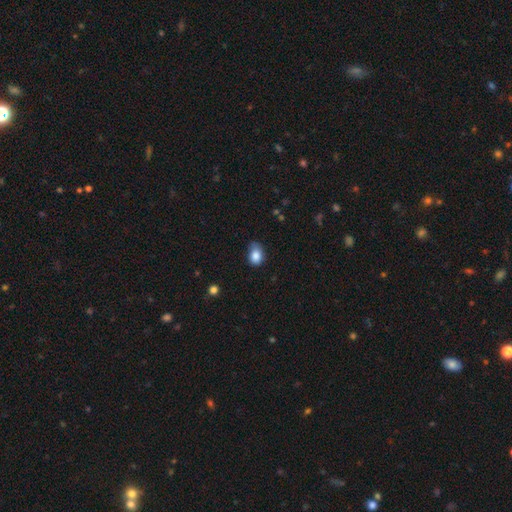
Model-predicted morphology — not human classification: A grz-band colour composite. It shows a smooth galaxy with no disk features (85%) that is in between round and cigar-shaped (73%). Merging: none (53%).